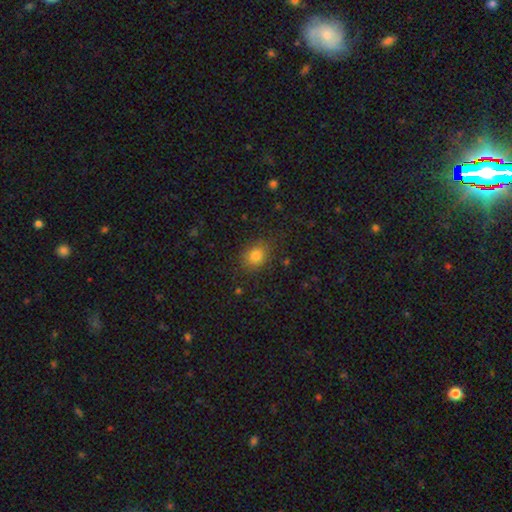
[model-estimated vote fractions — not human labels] smooth-or-featured: smooth: 81% | star or artifact: 12% | featured or disk: 7%
  how-rounded: round: 58% | in between: 41% | cigar-shaped: 1%
  merging: none: 83% | minor disturbance: 12% | major disturbance: 4% | merger: 1%